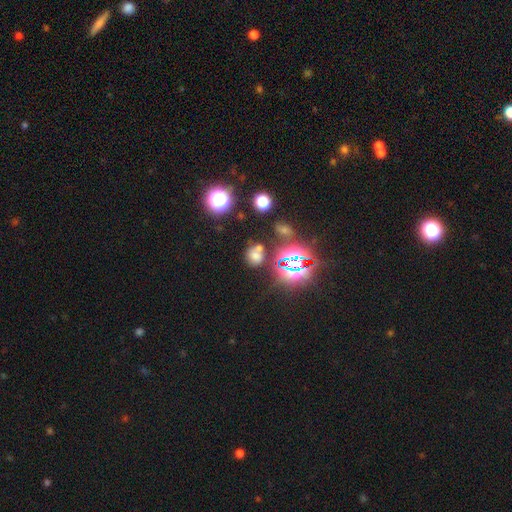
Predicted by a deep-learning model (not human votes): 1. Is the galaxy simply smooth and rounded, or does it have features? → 54% smooth, 36% star or artifact, 10% featured or disk.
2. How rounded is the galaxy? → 70% round, 29% in between, 1% cigar-shaped.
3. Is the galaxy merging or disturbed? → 62% none, 18% merger, 13% minor disturbance, 6% major disturbance.